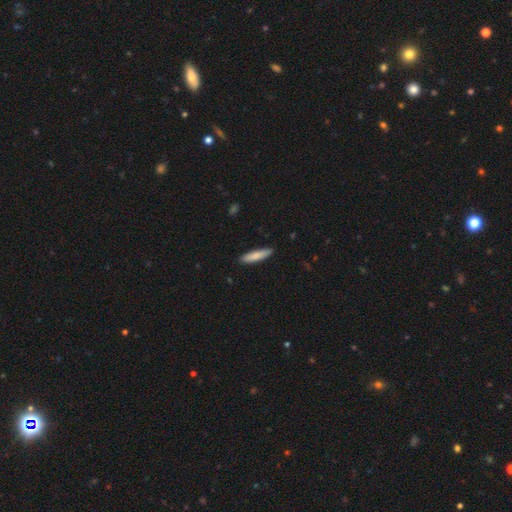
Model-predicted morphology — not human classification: Q: Smooth or featured?
A: smooth (82%); runner-up: featured or disk (13%)
Q: How rounded?
A: cigar-shaped (82%); runner-up: in between (17%)
Q: Merging?
A: none (88%); runner-up: minor disturbance (9%)